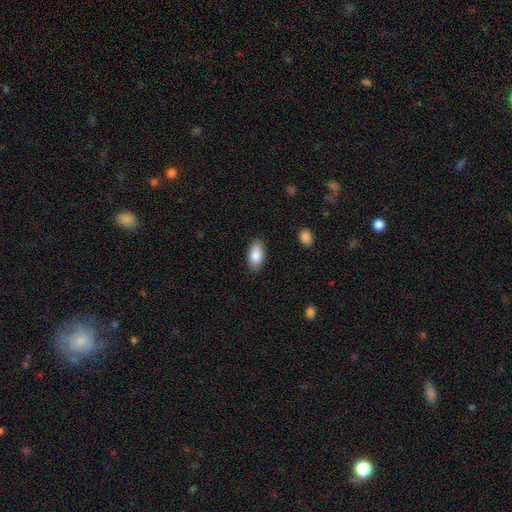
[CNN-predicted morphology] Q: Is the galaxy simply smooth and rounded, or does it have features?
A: smooth — 85%.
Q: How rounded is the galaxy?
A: in between — 92%.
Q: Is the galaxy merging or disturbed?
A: none — 86%.